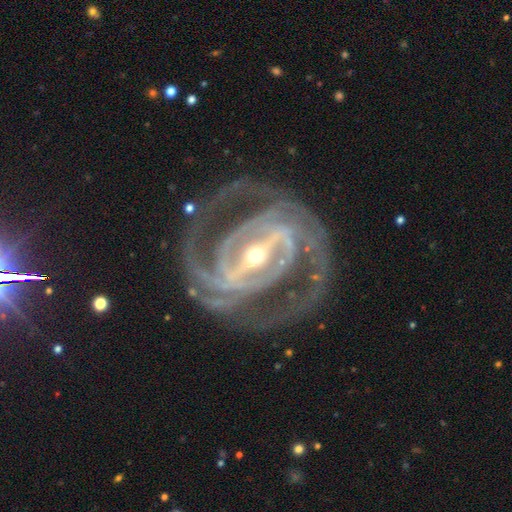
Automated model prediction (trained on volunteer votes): A featured or disk galaxy (93%) with a strong bar (79%), 2 (43%) tight (57%) spiral arms (98%) and a small central bulge (52%).

Vote fractions:
- Smooth or featured? featured or disk: 93% / star or artifact: 4% / smooth: 2%
- Edge-on disk? no: 96% / yes: 4%
- Bar? strong: 79% / weak: 16% / no: 5%
- Spiral arms? yes: 98% / no: 2%
- Spiral winding? tight: 57% / medium: 36% / loose: 6%
- Spiral arm count? 2: 43% / 3: 24% / 4: 12% / can't tell: 10% / more than 4: 6% / 1: 6%
- Bulge size? small: 52% / moderate: 43% / large: 3% / dominant: 1% / none: 1%
- Merging? none: 75% / minor disturbance: 13% / major disturbance: 10% / merger: 1%